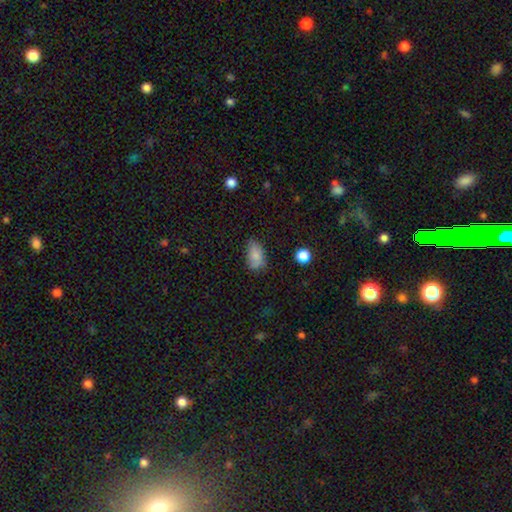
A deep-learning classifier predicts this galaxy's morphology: Smooth or featured?
  - smooth: 78% *
  - featured or disk: 12%
  - star or artifact: 10%
How rounded?
  - in between: 90% *
  - round: 8%
  - cigar-shaped: 3%
Merging?
  - none: 59% *
  - minor disturbance: 30%
  - major disturbance: 9%
  - merger: 3%